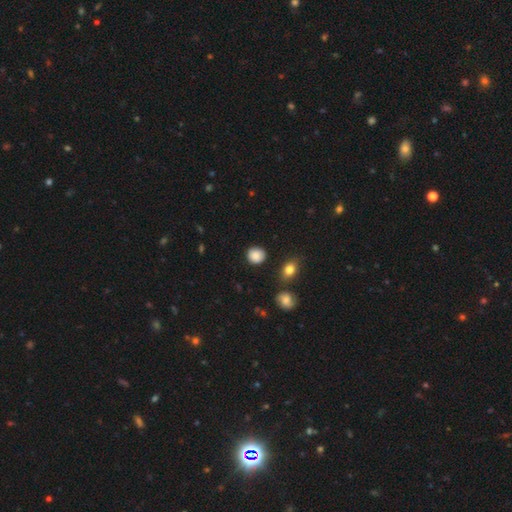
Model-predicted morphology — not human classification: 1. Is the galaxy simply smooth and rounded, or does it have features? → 86% smooth, 9% star or artifact, 5% featured or disk.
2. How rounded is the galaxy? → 83% round, 16% in between, 1% cigar-shaped.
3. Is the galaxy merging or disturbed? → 84% none, 11% minor disturbance, 3% major disturbance, 2% merger.